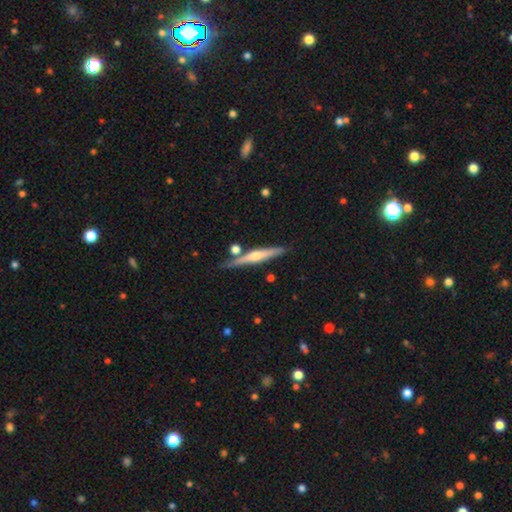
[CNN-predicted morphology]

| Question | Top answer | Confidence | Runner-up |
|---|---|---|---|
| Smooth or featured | featured or disk | 68% | smooth (26%) |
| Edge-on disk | yes | 97% | no (3%) |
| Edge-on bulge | rounded | 80% | none (12%) |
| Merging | none | 81% | minor disturbance (10%) |